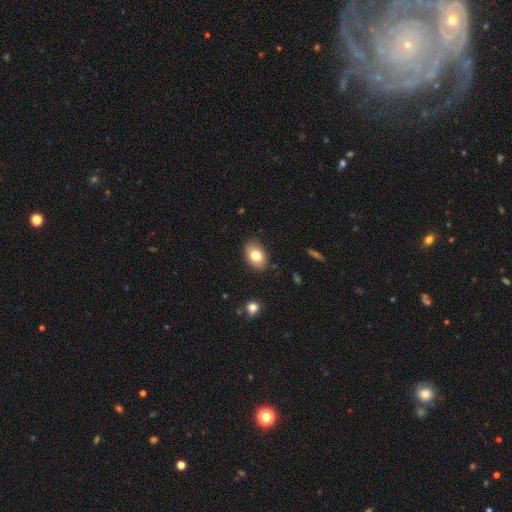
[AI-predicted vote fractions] Q: Smooth or featured?
A: smooth (79%); runner-up: featured or disk (13%)
Q: How rounded?
A: in between (84%); runner-up: round (15%)
Q: Merging?
A: none (86%); runner-up: minor disturbance (10%)